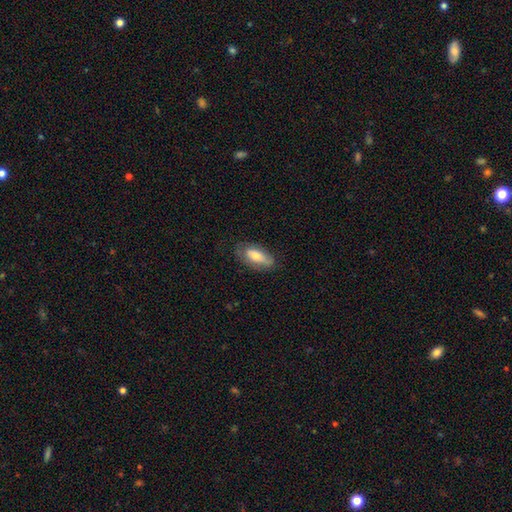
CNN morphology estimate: Smooth or featured?
  - smooth: 67% *
  - featured or disk: 26%
  - star or artifact: 6%
How rounded?
  - in between: 83% *
  - cigar-shaped: 14%
  - round: 3%
Merging?
  - none: 72% *
  - minor disturbance: 21%
  - major disturbance: 6%
  - merger: 1%